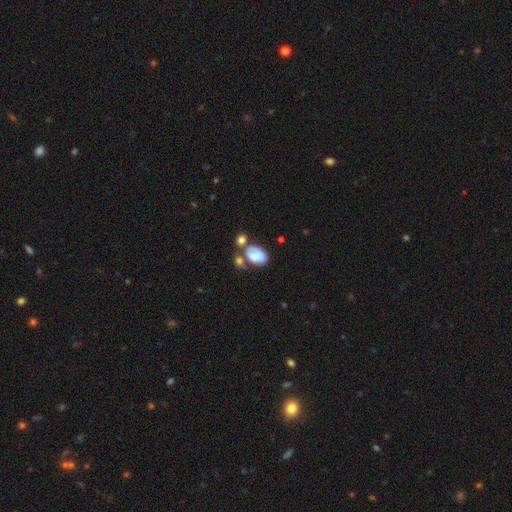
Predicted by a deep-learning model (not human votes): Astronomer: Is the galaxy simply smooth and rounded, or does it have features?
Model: smooth — 71%.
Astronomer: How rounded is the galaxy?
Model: in between — 86%.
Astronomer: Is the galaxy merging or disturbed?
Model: merger — 35% (runner-up: none, 33%).